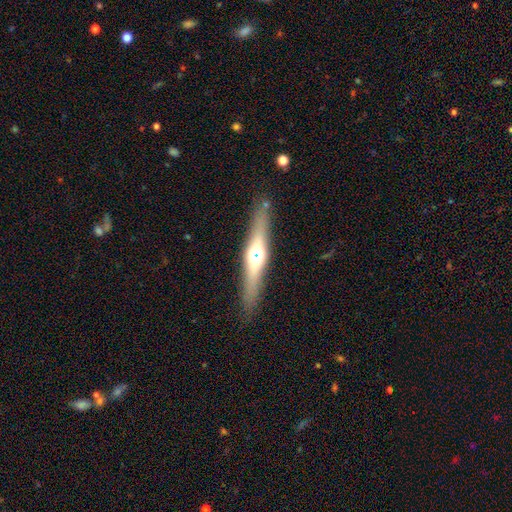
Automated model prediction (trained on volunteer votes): Smooth or featured? Predicted: featured or disk (p=0.59). Edge-on disk? Predicted: yes (p=0.92). Edge-on bulge? Predicted: rounded (p=0.92). Merging? Predicted: none (p=0.87).